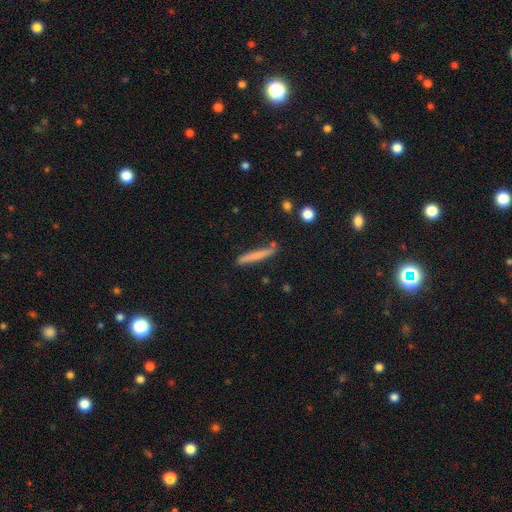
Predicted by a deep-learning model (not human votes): The model was most divided on "smooth or featured": smooth: 67%, featured or disk: 26%, star or artifact: 7%. More confident: how rounded — cigar-shaped (95%); merging — none (81%).